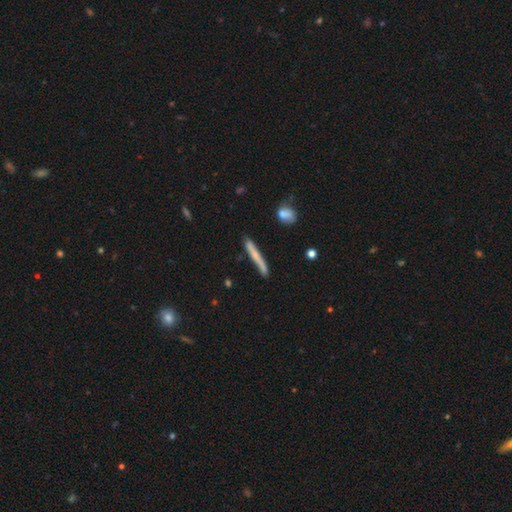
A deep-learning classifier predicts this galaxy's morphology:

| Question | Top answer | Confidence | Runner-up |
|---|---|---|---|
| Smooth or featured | smooth | 59% | featured or disk (35%) |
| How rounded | cigar-shaped | 96% | in between (3%) |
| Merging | none | 78% | minor disturbance (16%) |